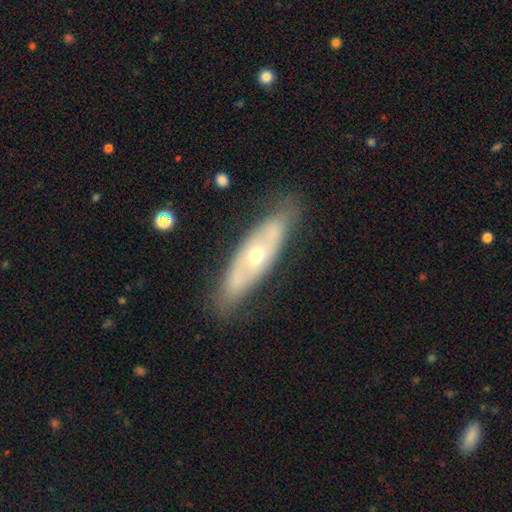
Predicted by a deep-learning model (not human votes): smooth-or-featured: featured or disk: 61% | smooth: 33% | star or artifact: 6%
  disk-edge-on: no: 68% | yes: 32%
  merging: none: 80% | minor disturbance: 14% | major disturbance: 4% | merger: 1%